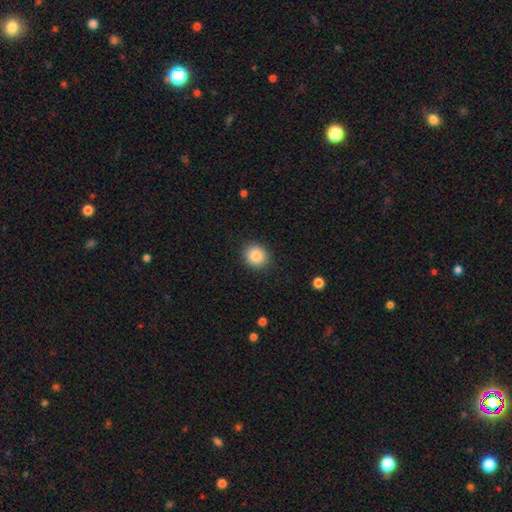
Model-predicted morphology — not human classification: The model was most divided on "how rounded": round: 81%, in between: 18%, cigar-shaped: 1%. More confident: merging — none (89%); smooth or featured — smooth (86%).